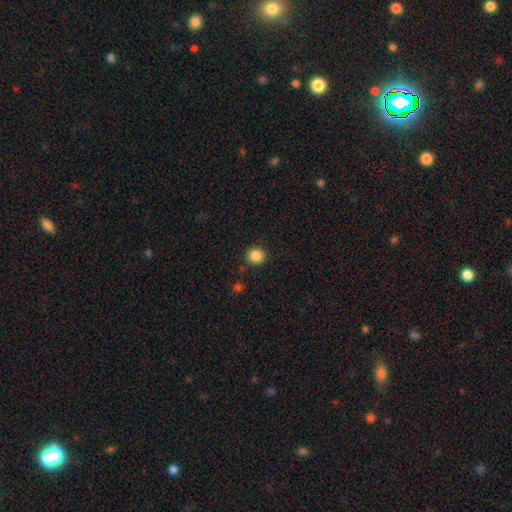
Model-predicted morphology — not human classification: This is clearly a smooth galaxy (86%). How rounded: clearly round (83%). Merging: clearly none (88%).